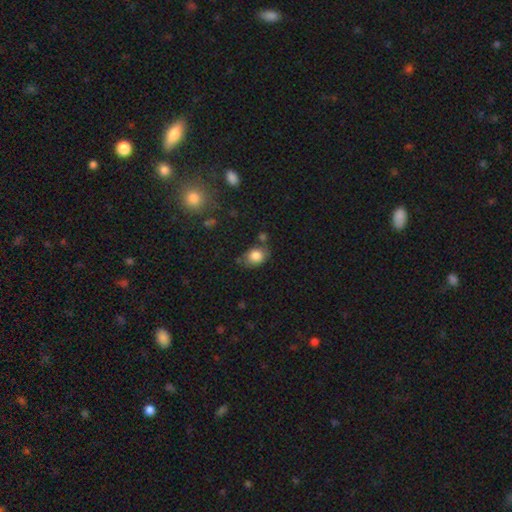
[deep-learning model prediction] smooth 83%, star or artifact 9%, featured or disk 8%. Down the decision tree: how rounded — in between (57%); merging — none (64%).